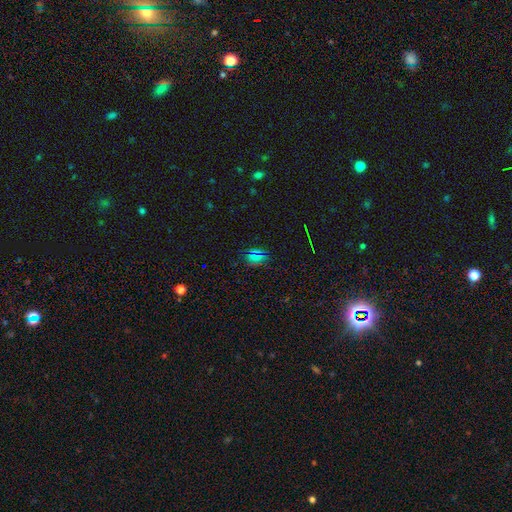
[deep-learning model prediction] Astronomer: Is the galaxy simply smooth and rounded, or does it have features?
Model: smooth — 49% (runner-up: star or artifact, 39%).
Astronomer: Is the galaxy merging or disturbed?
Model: none — 80%.